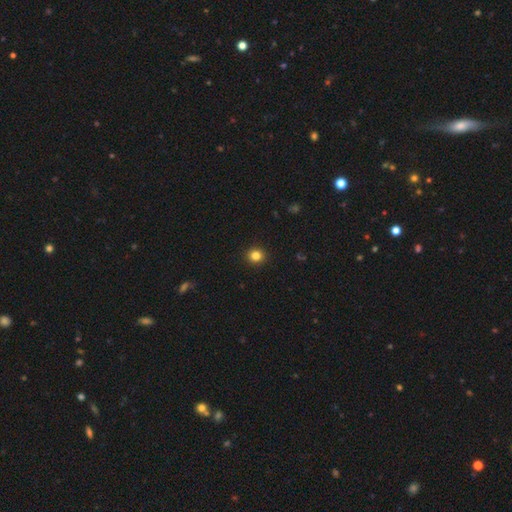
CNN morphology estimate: Overall: smooth (83%). How rounded: round (87%). Merging: none (92%).